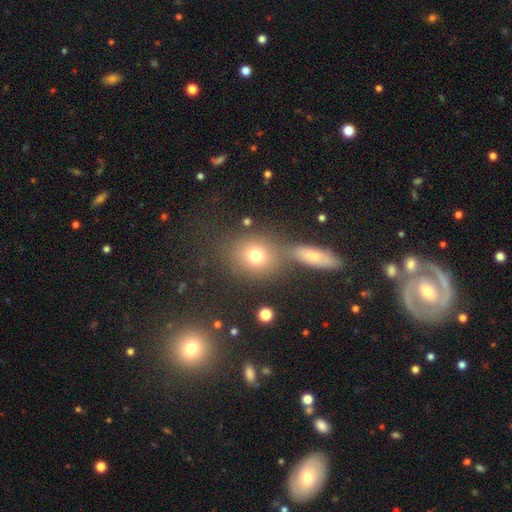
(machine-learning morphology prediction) A smooth galaxy with no disk features (75%) that is round (70%). Merging: none (60%).